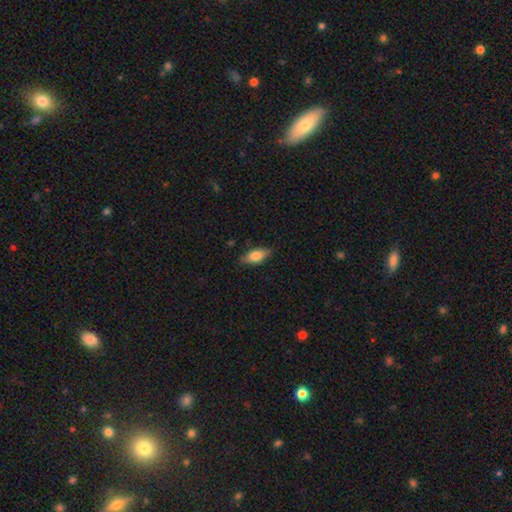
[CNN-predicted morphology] This is likely a smooth galaxy (68%). How rounded: likely in between (77%). Merging: clearly none (81%).